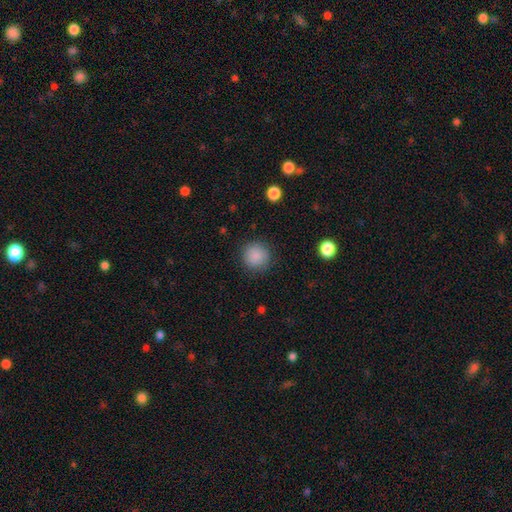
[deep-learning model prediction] Smooth or featured? Predicted: smooth (p=0.88). How rounded? Predicted: round (p=0.94). Merging? Predicted: none (p=0.88).